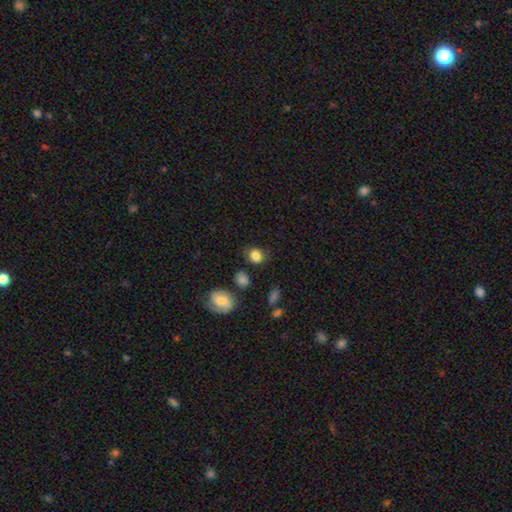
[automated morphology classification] This is clearly a smooth galaxy (85%). How rounded: likely round (64%). Merging: likely none (78%).